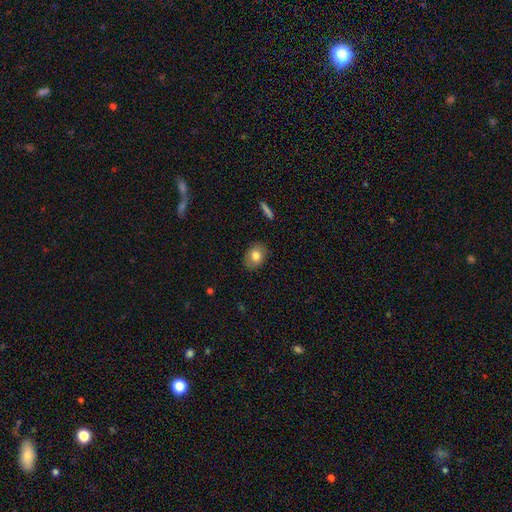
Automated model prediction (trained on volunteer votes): Morphology: type=smooth (79%); roundness=in between (66%); merging=none (85%).